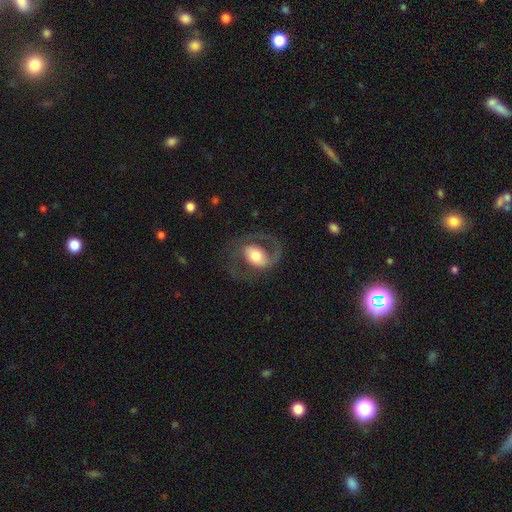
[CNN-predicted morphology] Q: Smooth or featured?
A: featured or disk (72%); runner-up: smooth (22%)
Q: Edge-on disk?
A: no (96%); runner-up: yes (4%)
Q: Bar?
A: no (39%); runner-up: weak (36%)
Q: Spiral arms?
A: yes (85%); runner-up: no (15%)
Q: Spiral winding?
A: medium (53%); runner-up: loose (27%)
Q: Spiral arm count?
A: 2 (73%); runner-up: 1 (18%)
Q: Bulge size?
A: moderate (57%); runner-up: large (29%)
Q: Merging?
A: none (60%); runner-up: major disturbance (22%)